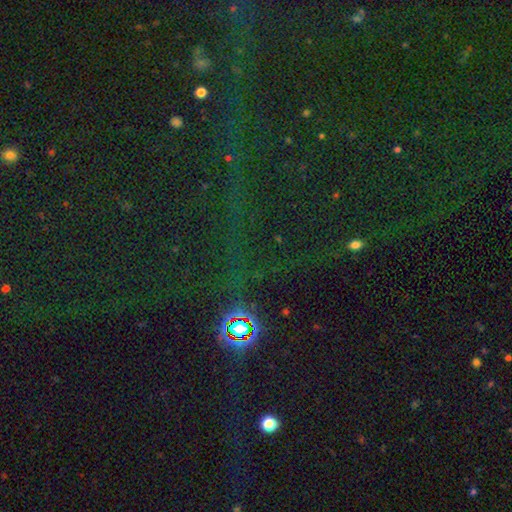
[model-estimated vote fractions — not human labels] Morphology: type=star or artifact (81%).